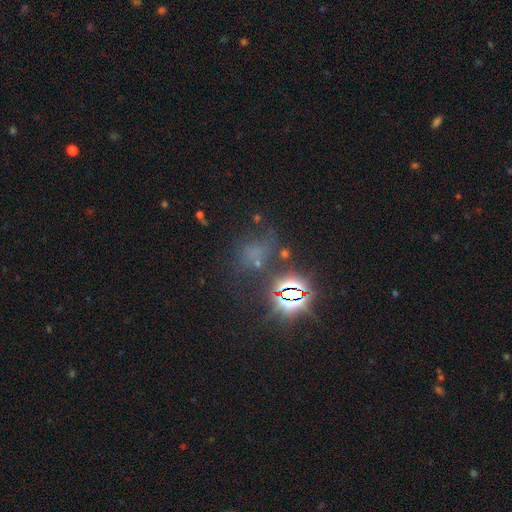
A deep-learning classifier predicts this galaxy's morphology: A star or artifact, not a galaxy (52%).

Vote fractions:
- Smooth or featured? star or artifact: 52% / smooth: 34% / featured or disk: 14%